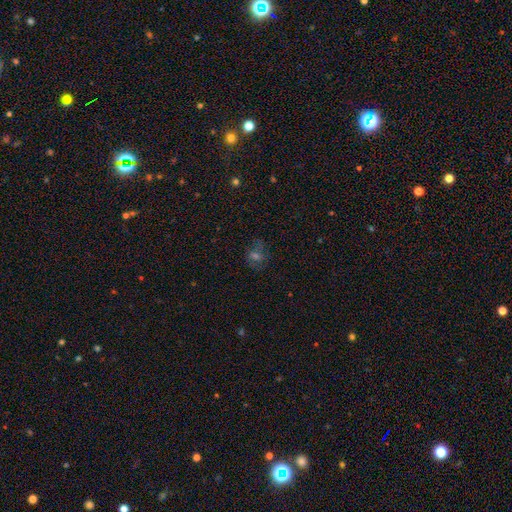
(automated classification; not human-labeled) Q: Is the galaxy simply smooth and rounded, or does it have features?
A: smooth — 35%.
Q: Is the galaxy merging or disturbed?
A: none — 69%.